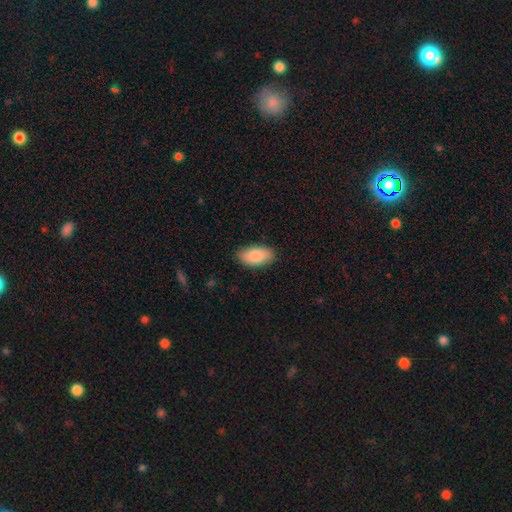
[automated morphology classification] Smooth or featured: smooth — 87% (featured or disk — 7%)
How rounded: in between — 94% (round — 3%)
Merging: none — 86% (minor disturbance — 11%)